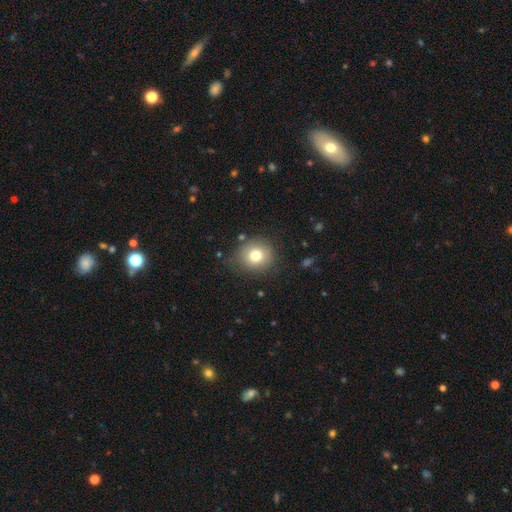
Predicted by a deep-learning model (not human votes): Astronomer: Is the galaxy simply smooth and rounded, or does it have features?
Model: smooth — 76%.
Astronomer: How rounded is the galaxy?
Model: round — 86%.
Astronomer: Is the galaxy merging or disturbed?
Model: none — 82%.